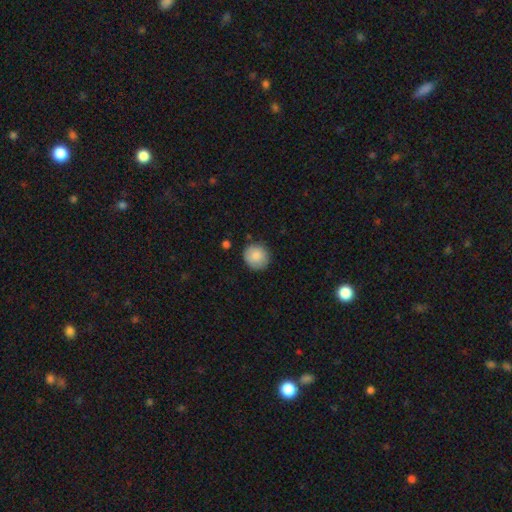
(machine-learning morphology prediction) smooth-or-featured: smooth: 86% | star or artifact: 7% | featured or disk: 6%
  how-rounded: round: 91% | in between: 8% | cigar-shaped: 1%
  merging: none: 84% | minor disturbance: 11% | major disturbance: 2% | merger: 2%